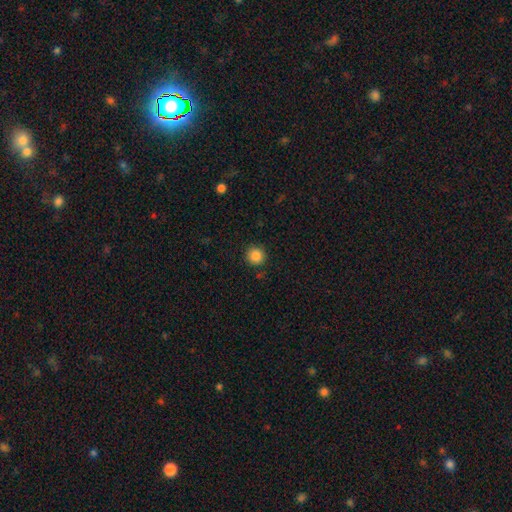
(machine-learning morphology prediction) smooth 86%, star or artifact 10%, featured or disk 4%. Down the decision tree: how rounded — round (94%); merging — none (90%).